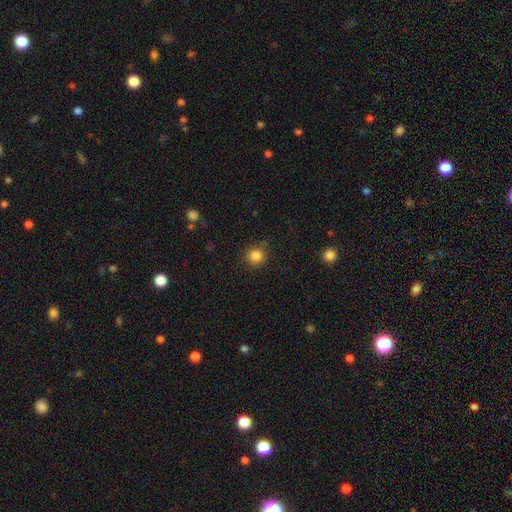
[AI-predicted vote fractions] A smooth galaxy with no disk features (84%) that is round (94%). Merging: none (89%).